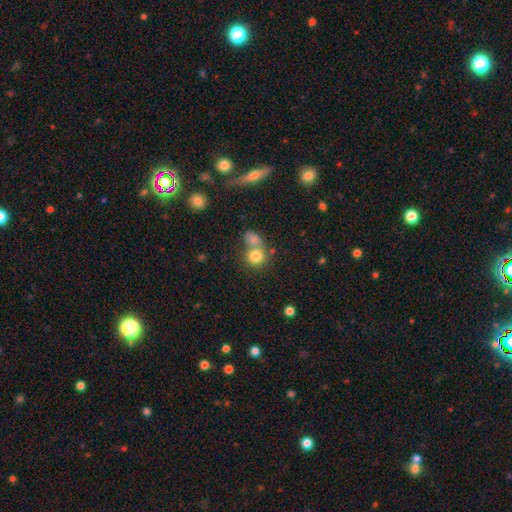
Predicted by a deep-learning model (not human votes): smooth_or_featured: smooth (p=0.79) [alt: star or artifact p=0.11]
how_rounded: round (p=0.81) [alt: in between p=0.17]
merging: none (p=0.46) [alt: merger p=0.41]